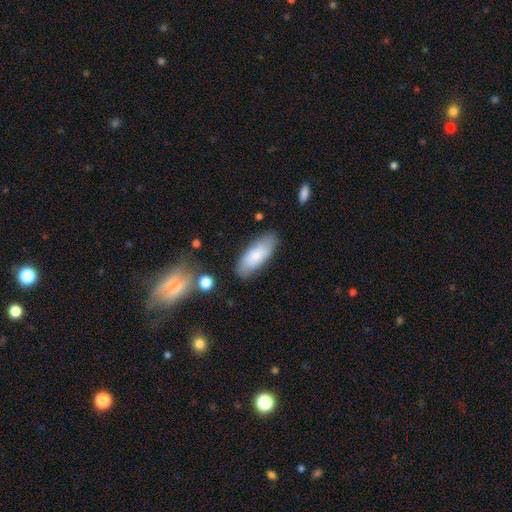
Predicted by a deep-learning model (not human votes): A smooth galaxy with no disk features (75%) that is in between round and cigar-shaped (75%). Merging: none (77%).